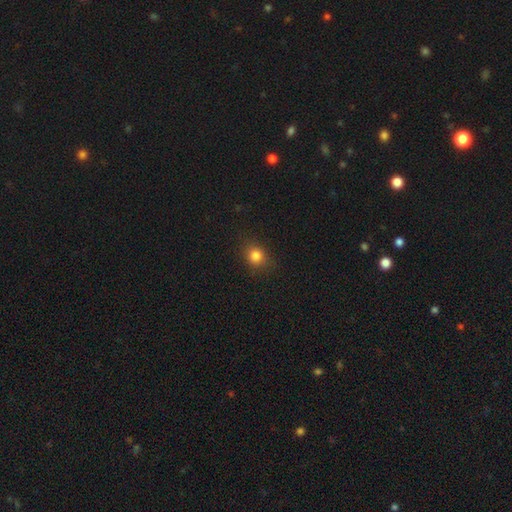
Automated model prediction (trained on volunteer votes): This is clearly a smooth galaxy (82%). How rounded: likely round (78%). Merging: clearly none (86%).